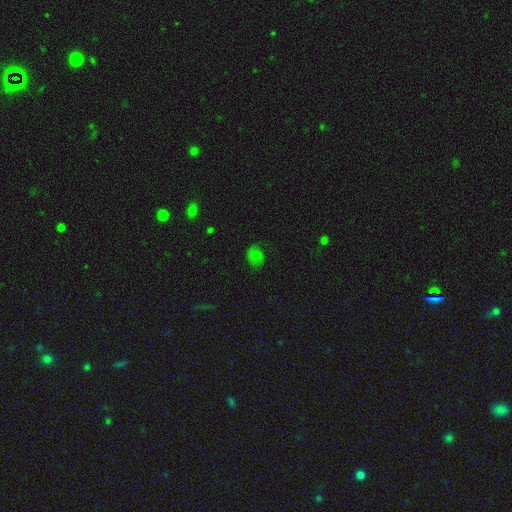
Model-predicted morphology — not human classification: Smooth or featured: smooth — 63% (star or artifact — 19%)
How rounded: round — 56% (in between — 43%)
Merging: none — 70% (minor disturbance — 21%)